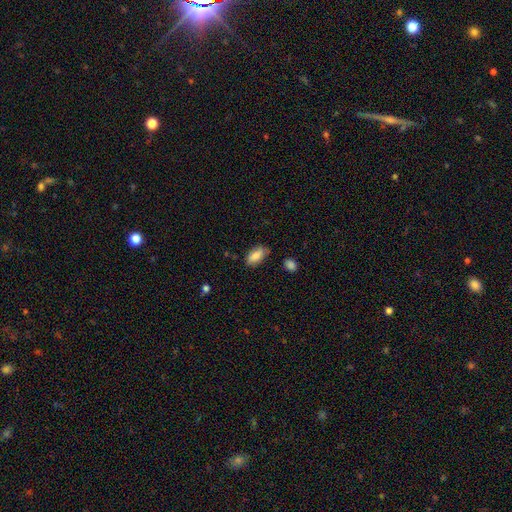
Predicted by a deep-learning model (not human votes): smooth_or_featured: smooth (p=0.84) [alt: featured or disk p=0.09]
how_rounded: in between (p=0.90) [alt: cigar-shaped p=0.07]
merging: none (p=0.76) [alt: minor disturbance p=0.18]